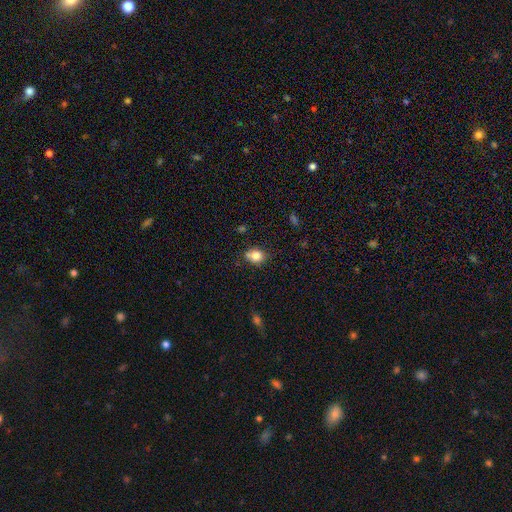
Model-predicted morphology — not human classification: smooth_or_featured: smooth (p=0.80) [alt: star or artifact p=0.11]
how_rounded: round (p=0.58) [alt: in between p=0.41]
merging: none (p=0.65) [alt: minor disturbance p=0.22]